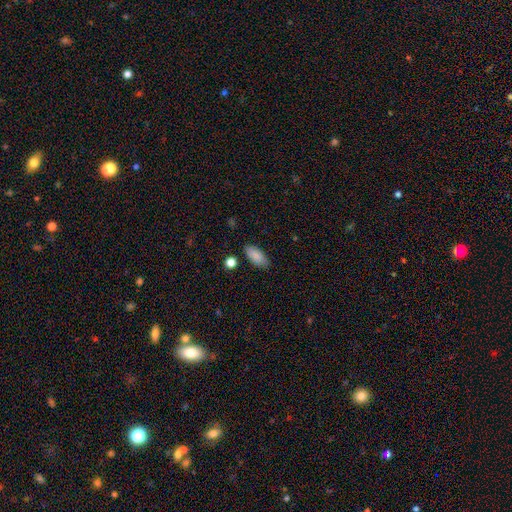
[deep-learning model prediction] Morphology: type=smooth (87%); roundness=in between (90%); merging=none (81%).